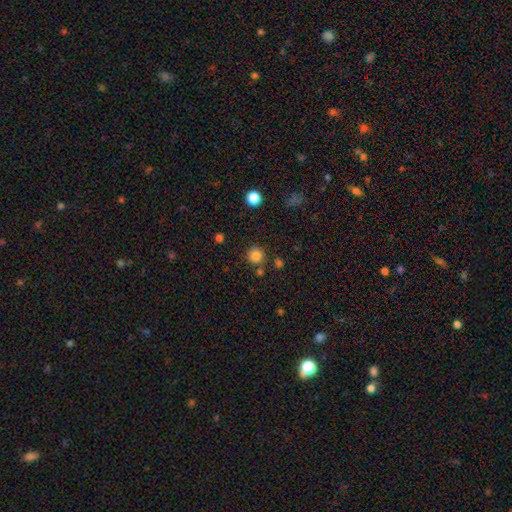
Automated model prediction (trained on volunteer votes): Smooth or featured?
  - smooth: 83% *
  - star or artifact: 12%
  - featured or disk: 5%
How rounded?
  - round: 94% *
  - in between: 5%
  - cigar-shaped: 1%
Merging?
  - none: 84% *
  - minor disturbance: 8%
  - merger: 6%
  - major disturbance: 3%